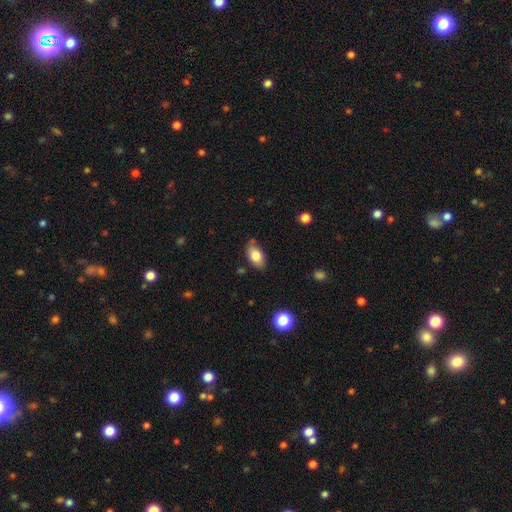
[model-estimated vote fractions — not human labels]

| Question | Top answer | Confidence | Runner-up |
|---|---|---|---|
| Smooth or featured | smooth | 81% | featured or disk (12%) |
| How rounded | in between | 92% | round (6%) |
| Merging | none | 77% | minor disturbance (17%) |